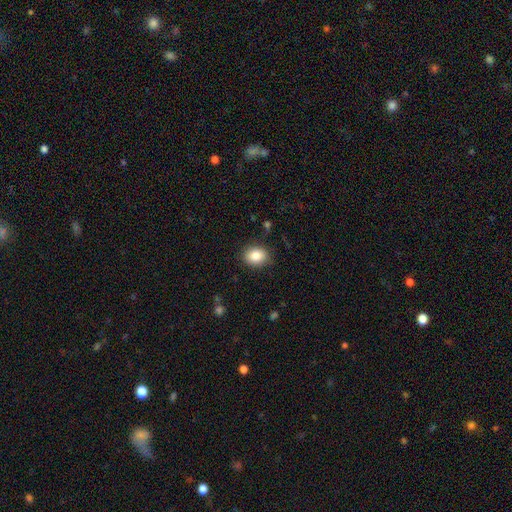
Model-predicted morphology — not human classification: A smooth galaxy with no disk features (85%) that is in between round and cigar-shaped (50%).

Vote fractions:
- Smooth or featured? smooth: 85% / star or artifact: 9% / featured or disk: 7%
- How rounded? in between: 50% / round: 49% / cigar-shaped: 1%
- Merging? none: 86% / minor disturbance: 10% / major disturbance: 3% / merger: 1%